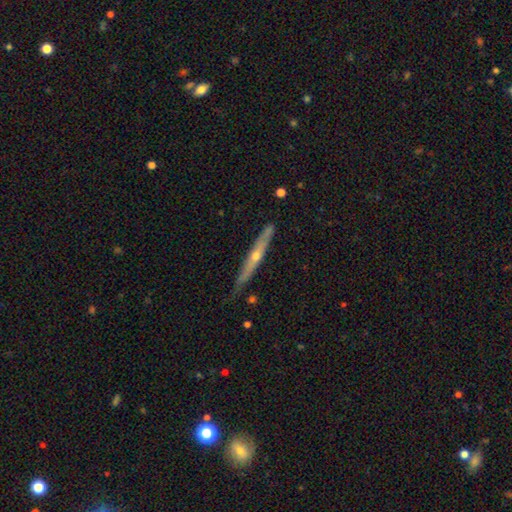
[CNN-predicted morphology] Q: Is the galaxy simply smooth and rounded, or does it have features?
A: featured or disk — 71%.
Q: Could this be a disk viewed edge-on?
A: yes — 96%.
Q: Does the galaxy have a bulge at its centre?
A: rounded — 78%.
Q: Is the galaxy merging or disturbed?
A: none — 83%.